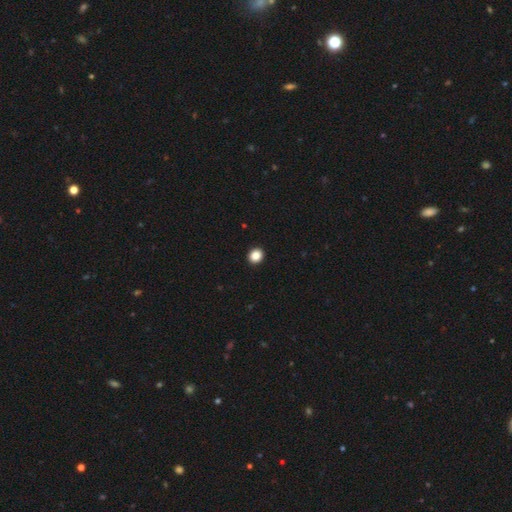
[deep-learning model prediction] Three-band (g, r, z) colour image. It shows a smooth galaxy with no disk features (87%) that is round (71%). Merging: none (93%).